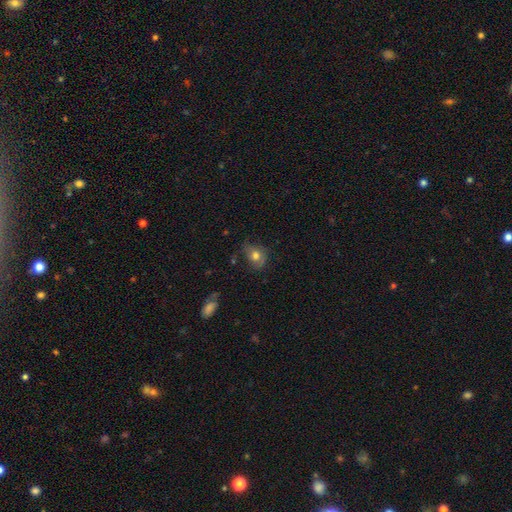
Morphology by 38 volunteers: Smooth or featured? 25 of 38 (66%) said smooth. How rounded? 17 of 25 (68%) said round. Merging? 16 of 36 (44%) said none.